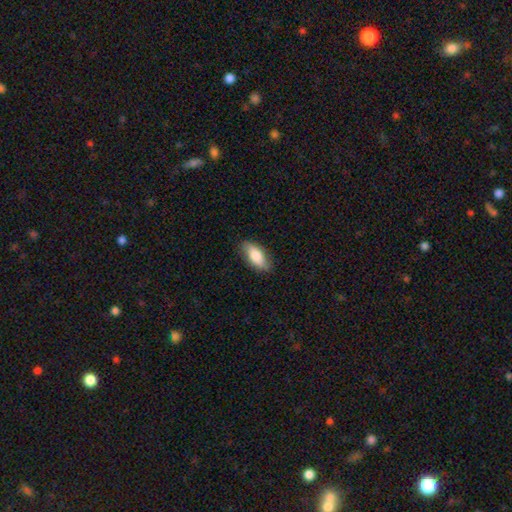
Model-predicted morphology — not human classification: Smooth or featured: smooth — 80% (featured or disk — 14%)
How rounded: in between — 86% (cigar-shaped — 11%)
Merging: none — 83% (minor disturbance — 13%)